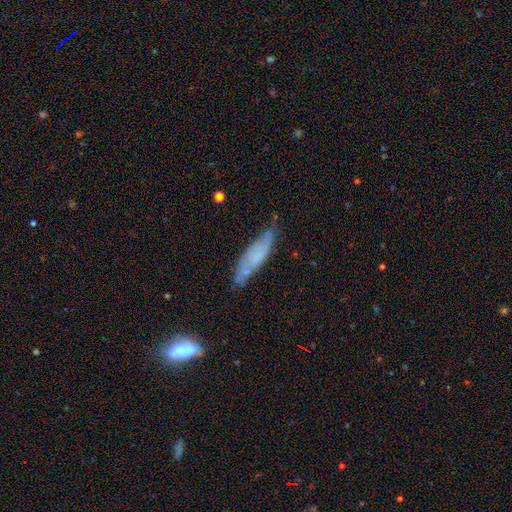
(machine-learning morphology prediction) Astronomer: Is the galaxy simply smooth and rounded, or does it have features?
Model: smooth — 46% (runner-up: featured or disk, 45%).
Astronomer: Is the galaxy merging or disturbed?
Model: none — 62%.